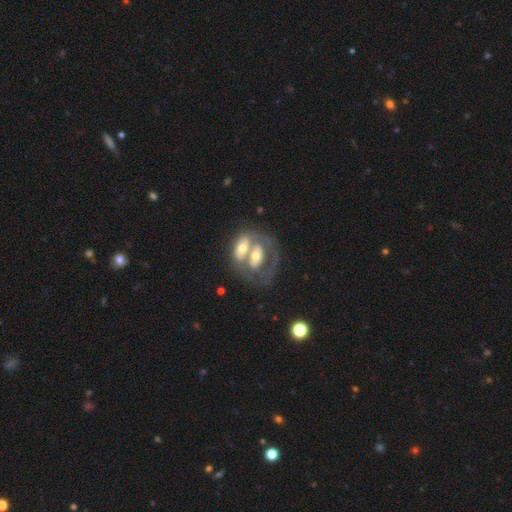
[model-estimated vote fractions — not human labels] This is likely a featured or disk galaxy (64%). It is clearly not viewed edge-on (92%). Bar: likely no (62%). Spiral arm pattern: likely no (73%). Central bulge: likely moderate (66%). Merging: likely merger (65%).